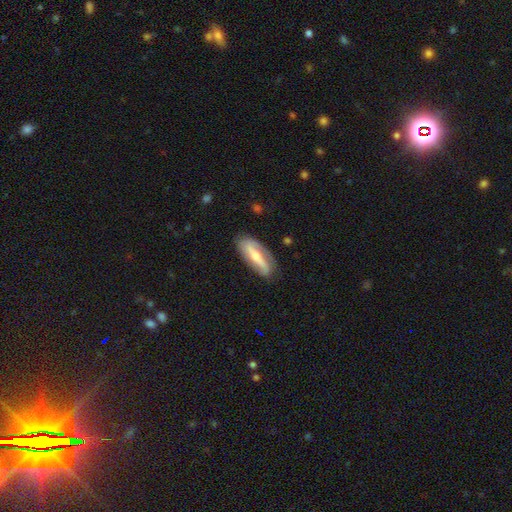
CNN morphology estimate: smooth_or_featured: featured or disk (p=0.67) [alt: smooth p=0.27]
disk_edge_on: no (p=0.78) [alt: yes p=0.22]
bar: strong (p=0.59) [alt: weak p=0.22]
has_spiral_arms: yes (p=0.74) [alt: no p=0.26]
bulge_size: moderate (p=0.51) [alt: small p=0.43]
merging: none (p=0.79) [alt: minor disturbance p=0.15]